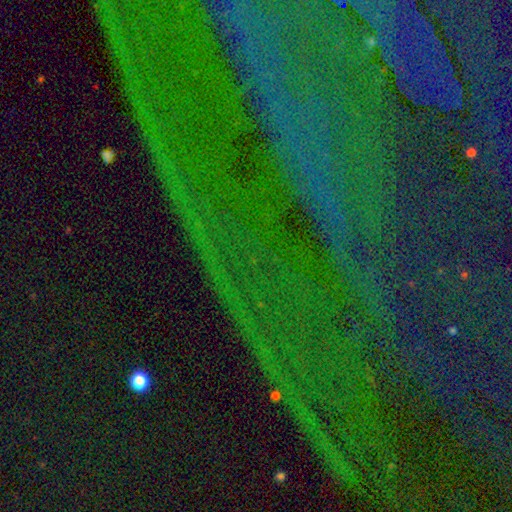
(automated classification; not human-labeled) Overall: star or artifact (84%).